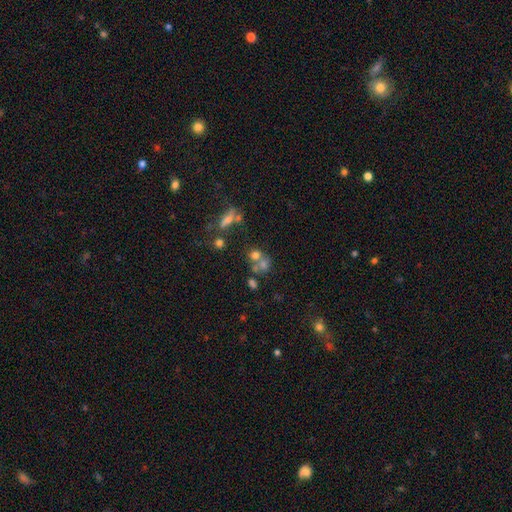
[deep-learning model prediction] Smooth or featured?
  - smooth: 61% *
  - featured or disk: 20%
  - star or artifact: 19%
How rounded?
  - round: 71% *
  - in between: 28%
  - cigar-shaped: 2%
Merging?
  - merger: 48% *
  - none: 36%
  - minor disturbance: 9%
  - major disturbance: 6%